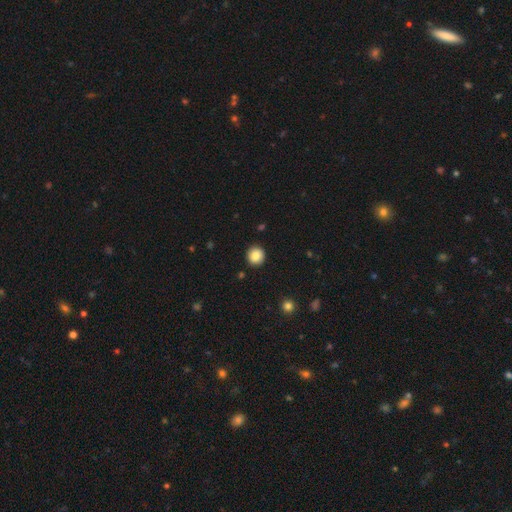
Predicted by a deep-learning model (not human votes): smooth 85%, star or artifact 9%, featured or disk 6%. Down the decision tree: how rounded — round (94%); merging — none (92%).